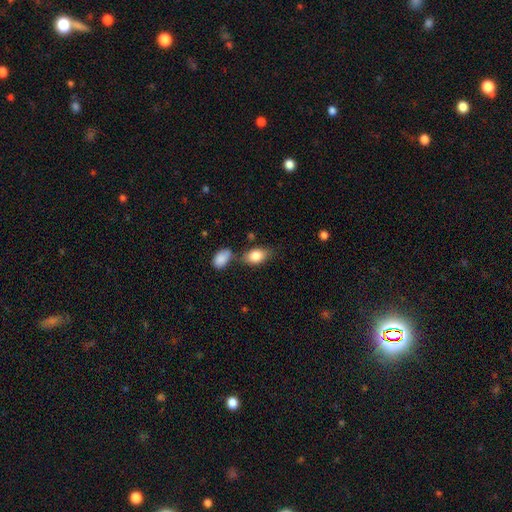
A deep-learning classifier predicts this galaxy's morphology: The model was most divided on "merging": none: 62%, minor disturbance: 18%, merger: 15%, major disturbance: 5%. More confident: how rounded — in between (89%); smooth or featured — smooth (83%).